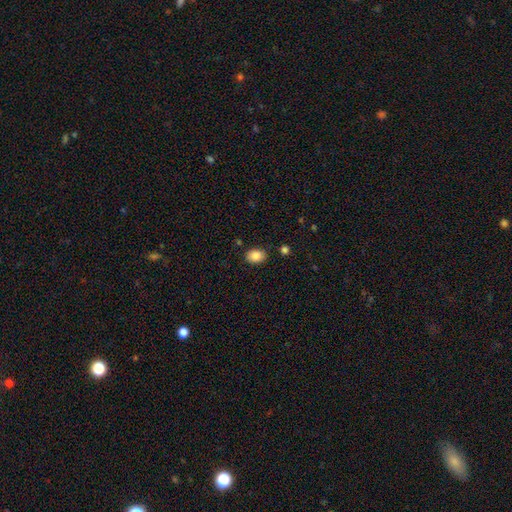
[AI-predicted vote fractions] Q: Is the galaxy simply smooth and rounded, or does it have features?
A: smooth — 87%.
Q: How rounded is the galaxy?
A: in between — 73%.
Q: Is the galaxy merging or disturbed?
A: none — 84%.